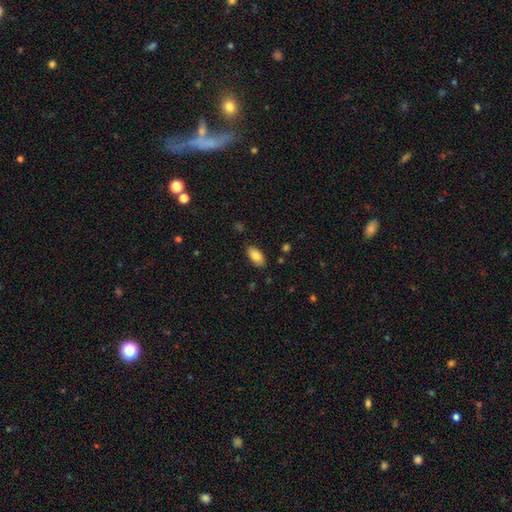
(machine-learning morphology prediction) smooth-or-featured: smooth: 84% | featured or disk: 9% | star or artifact: 7%
  how-rounded: in between: 92% | cigar-shaped: 6% | round: 2%
  merging: none: 85% | minor disturbance: 11% | major disturbance: 2% | merger: 1%